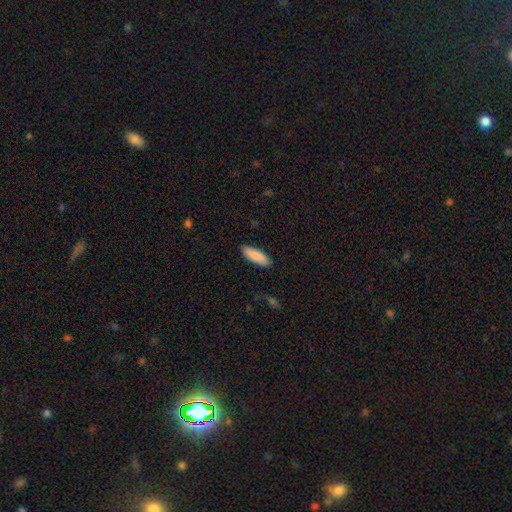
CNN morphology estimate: Smooth or featured?
  - smooth: 89% *
  - featured or disk: 6%
  - star or artifact: 6%
How rounded?
  - in between: 54% *
  - cigar-shaped: 44%
  - round: 1%
Merging?
  - none: 88% *
  - minor disturbance: 9%
  - major disturbance: 2%
  - merger: 1%